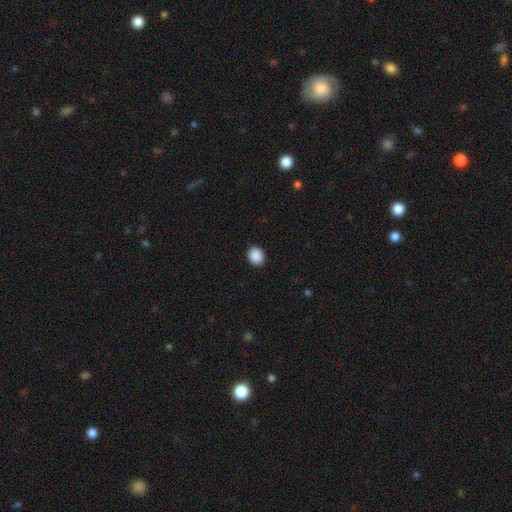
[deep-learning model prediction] A smooth galaxy with no disk features (89%) that is round (69%).

Vote fractions:
- Smooth or featured? smooth: 89% / star or artifact: 8% / featured or disk: 2%
- How rounded? round: 69% / in between: 30% / cigar-shaped: 1%
- Merging? none: 91% / minor disturbance: 6% / major disturbance: 2% / merger: 1%